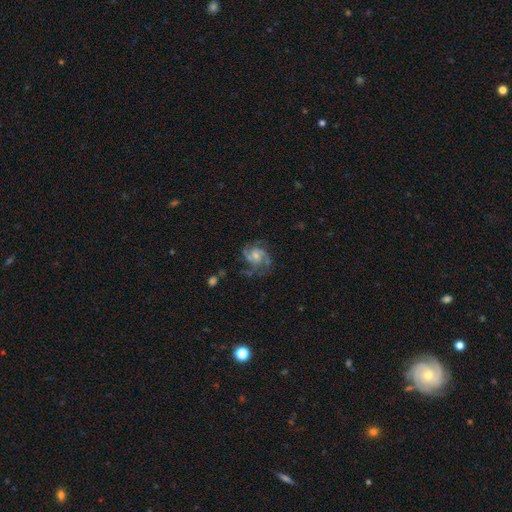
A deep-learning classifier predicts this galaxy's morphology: A featured or disk galaxy (81%) with no bar (66%), 3 (35%) medium (48%) spiral arms (93%) and a small central bulge (48%). Merging: none (61%).